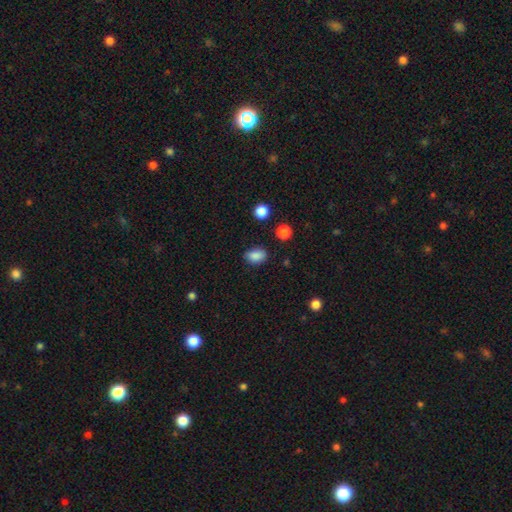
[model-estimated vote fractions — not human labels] Morphology: type=smooth (86%); roundness=in between (81%); merging=none (82%).